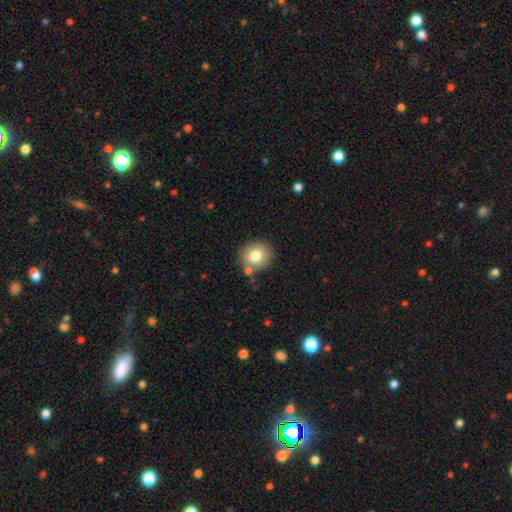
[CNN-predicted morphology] The model was most divided on "smooth or featured": smooth: 78%, featured or disk: 12%, star or artifact: 10%. More confident: how rounded — round (83%); merging — none (79%).